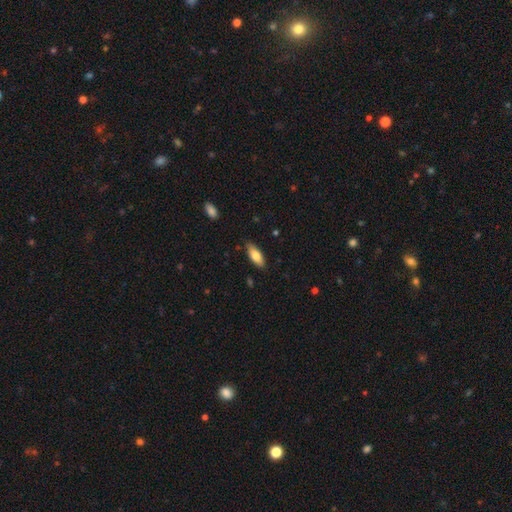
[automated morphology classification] This is likely a smooth galaxy (78%). How rounded: likely in between (75%). Merging: clearly none (83%).